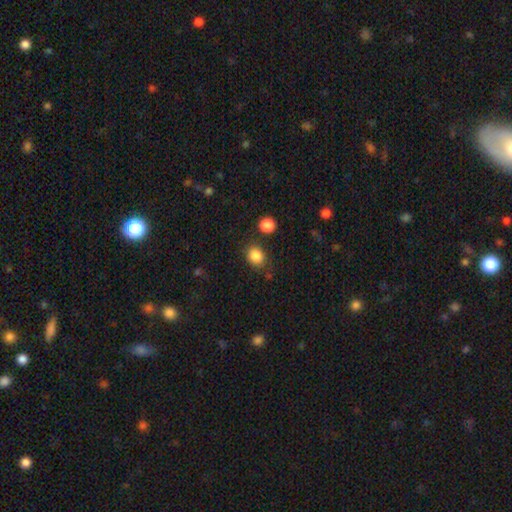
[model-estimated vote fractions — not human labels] A smooth galaxy with no disk features (86%) that is round (51%). Merging: none (75%).